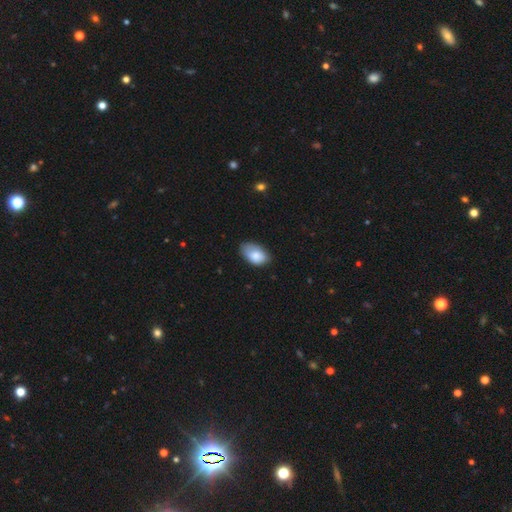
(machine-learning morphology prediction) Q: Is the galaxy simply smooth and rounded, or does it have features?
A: smooth — 81%.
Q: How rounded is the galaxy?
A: in between — 92%.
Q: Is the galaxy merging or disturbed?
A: none — 63%.